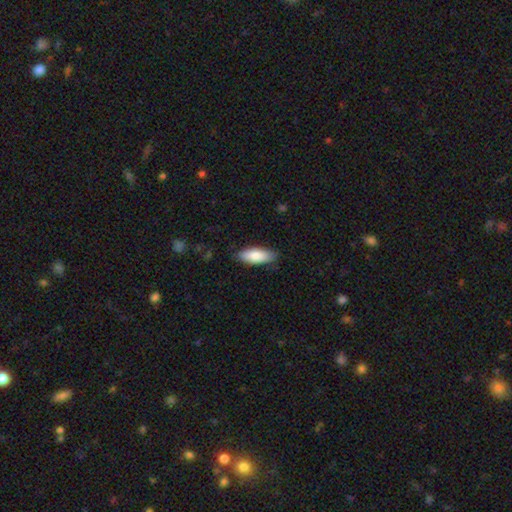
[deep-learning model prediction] smooth-or-featured: smooth: 83% | featured or disk: 11% | star or artifact: 6%
  how-rounded: in between: 78% | cigar-shaped: 20% | round: 2%
  merging: none: 83% | minor disturbance: 14% | major disturbance: 2% | merger: 1%